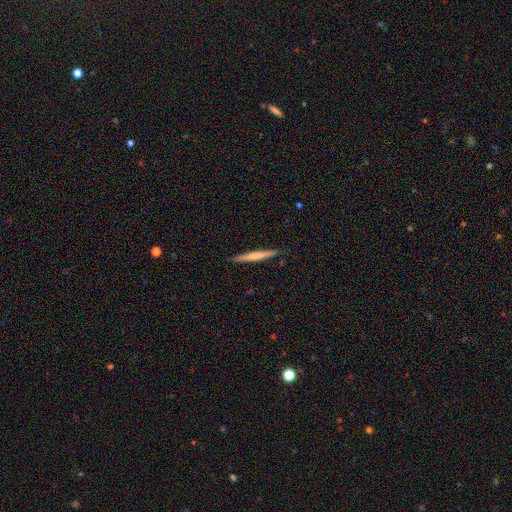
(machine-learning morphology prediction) Smooth or featured?
  - smooth: 60% *
  - featured or disk: 35%
  - star or artifact: 5%
How rounded?
  - cigar-shaped: 96% *
  - in between: 3%
  - round: 1%
Merging?
  - none: 89% *
  - minor disturbance: 9%
  - major disturbance: 2%
  - merger: 1%